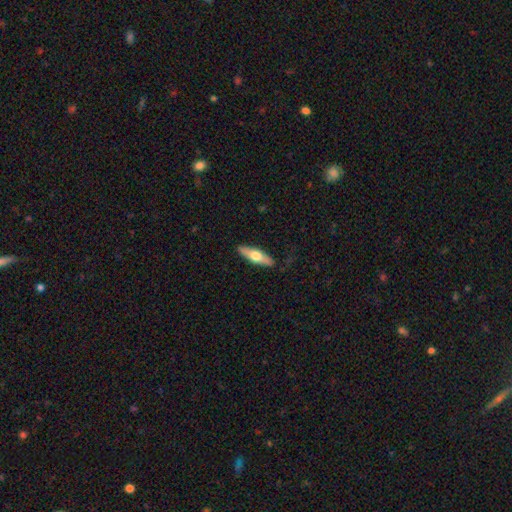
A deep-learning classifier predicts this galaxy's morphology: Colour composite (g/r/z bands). It shows a smooth galaxy with no disk features (52%) that is cigar-shaped (58%). Merging: none (86%).